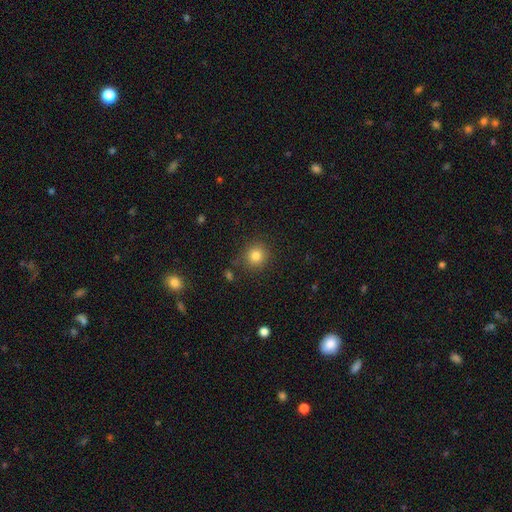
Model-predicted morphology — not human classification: smooth-or-featured: smooth: 82% | star or artifact: 12% | featured or disk: 6%
  how-rounded: round: 91% | in between: 8% | cigar-shaped: 1%
  merging: none: 86% | minor disturbance: 9% | major disturbance: 3% | merger: 2%